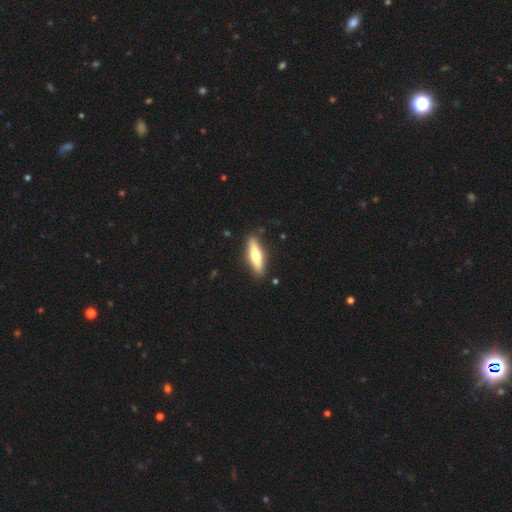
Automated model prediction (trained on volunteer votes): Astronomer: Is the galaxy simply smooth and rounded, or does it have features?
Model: smooth — 51% (runner-up: featured or disk, 43%).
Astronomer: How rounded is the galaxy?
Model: cigar-shaped — 67%.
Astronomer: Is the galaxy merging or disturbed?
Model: none — 87%.